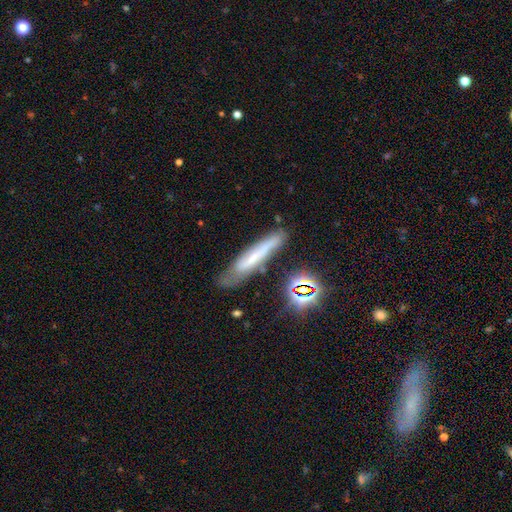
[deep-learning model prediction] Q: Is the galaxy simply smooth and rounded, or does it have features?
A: featured or disk — 47%.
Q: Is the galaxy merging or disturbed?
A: none — 63%.